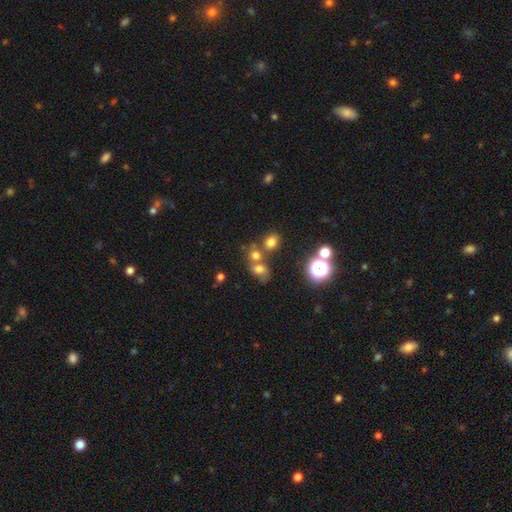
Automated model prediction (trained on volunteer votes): smooth_or_featured: smooth (p=0.67) [alt: star or artifact p=0.21]
how_rounded: round (p=0.65) [alt: in between p=0.33]
merging: none (p=0.46) [alt: merger p=0.38]